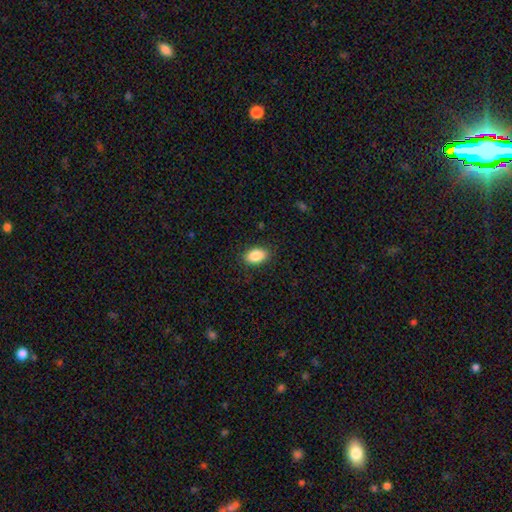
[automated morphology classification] Smooth or featured? Predicted: smooth (p=0.86). How rounded? Predicted: in between (p=0.91). Merging? Predicted: none (p=0.88).